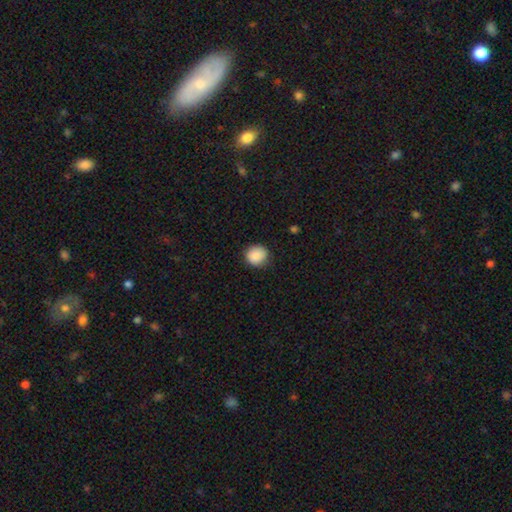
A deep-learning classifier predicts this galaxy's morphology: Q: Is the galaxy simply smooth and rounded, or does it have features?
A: smooth — 88%.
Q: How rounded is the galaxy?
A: round — 87%.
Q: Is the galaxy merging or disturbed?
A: none — 83%.